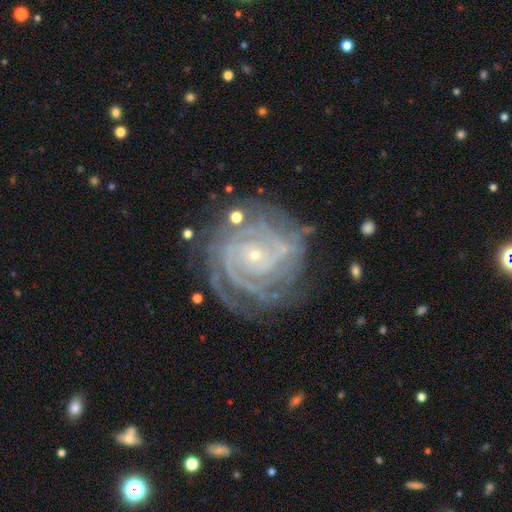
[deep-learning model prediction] This appears to be a featured or disk galaxy (90%) with no bar (73%), 3 (23%) tight (77%) spiral arms (98%) and a small central bulge (86%). Merging: none (72%).